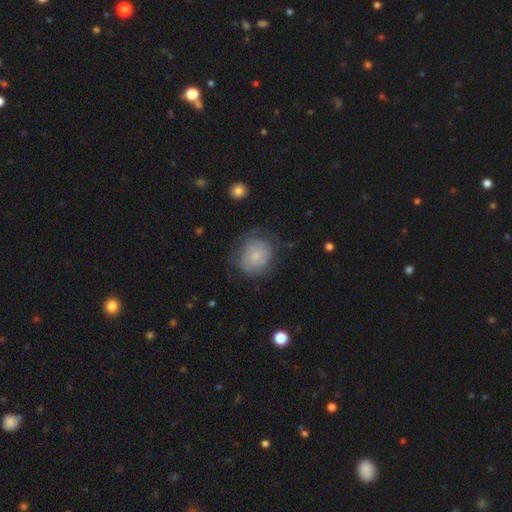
smooth_or_featured: featured or disk (p=0.67) [alt: smooth p=0.28]
disk_edge_on: no (p=1.00)
bar: no (p=0.77) [alt: weak p=0.23]
has_spiral_arms: yes (p=0.92) [alt: no p=0.08]
spiral_winding: tight (p=0.67) [alt: medium p=0.21]
spiral_arm_count: can't tell (p=0.33) [alt: 2 p=0.29]
bulge_size: moderate (p=0.35) [tied with: small p=0.35]
merging: none (p=0.43) [alt: minor disturbance p=0.30]